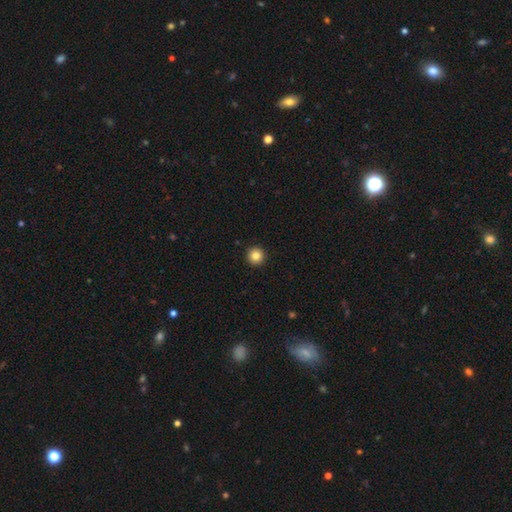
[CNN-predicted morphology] This is clearly a smooth galaxy (84%). How rounded: clearly round (96%). Merging: clearly none (94%).